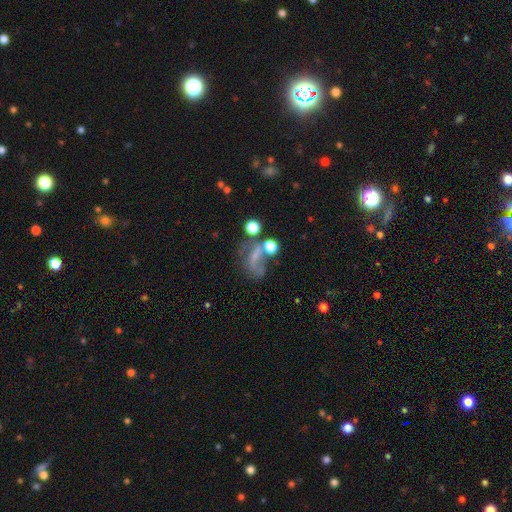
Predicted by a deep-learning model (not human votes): smooth_or_featured: featured or disk (p=0.41) [alt: smooth p=0.37]
merging: major disturbance (p=0.34) [alt: none p=0.30]